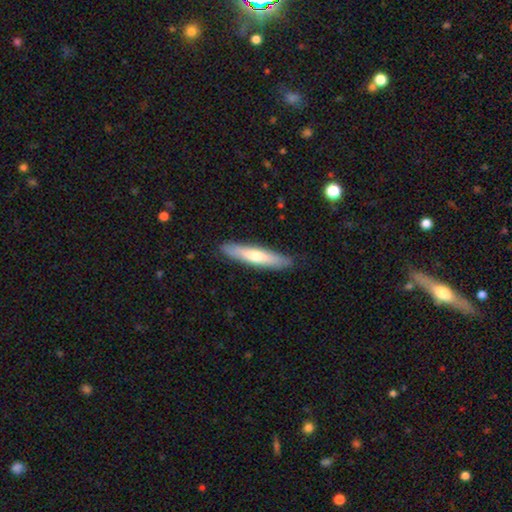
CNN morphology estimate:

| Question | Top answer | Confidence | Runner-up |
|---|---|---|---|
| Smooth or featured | smooth | 57% | featured or disk (38%) |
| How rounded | cigar-shaped | 87% | in between (11%) |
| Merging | none | 87% | minor disturbance (10%) |